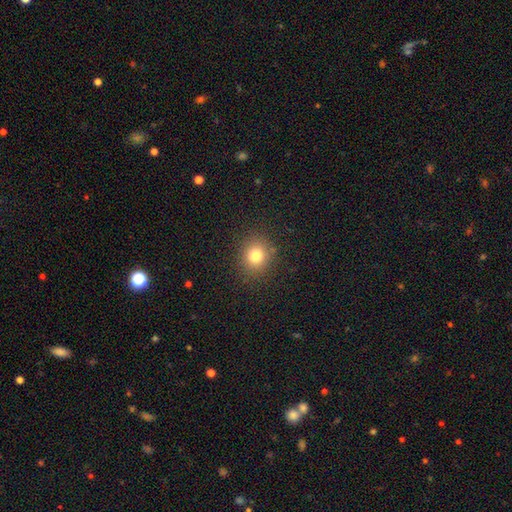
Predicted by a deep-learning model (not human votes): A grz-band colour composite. It shows a smooth galaxy with no disk features (80%) that is round (79%). Merging: none (87%).